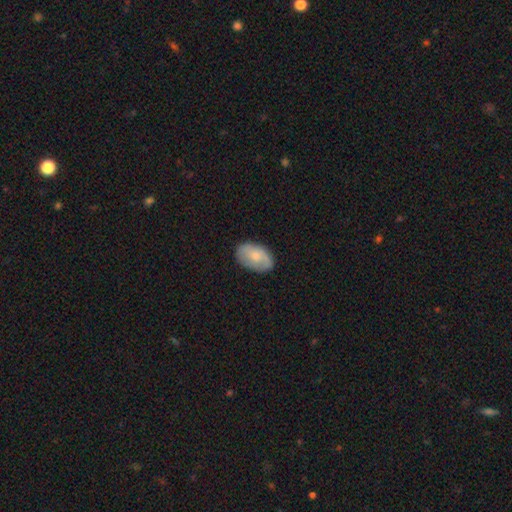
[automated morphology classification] Q: Smooth or featured?
A: smooth (60%); runner-up: featured or disk (33%)
Q: How rounded?
A: in between (90%); runner-up: round (8%)
Q: Merging?
A: none (77%); runner-up: minor disturbance (18%)